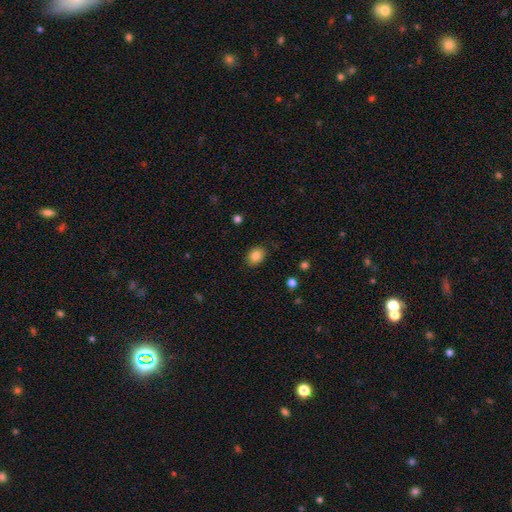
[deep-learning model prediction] Smooth or featured? smooth (86%)
How rounded? in between (58%)
Merging? none (85%)